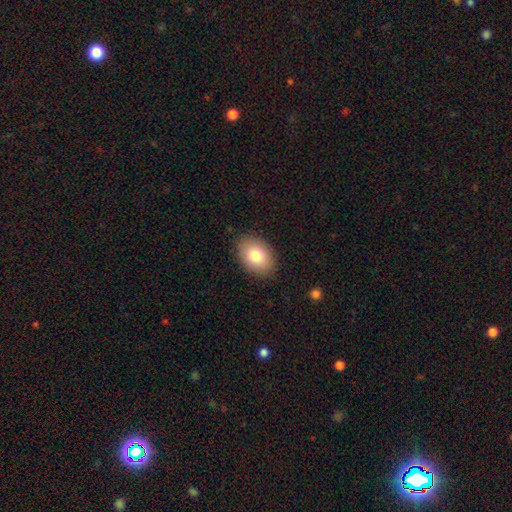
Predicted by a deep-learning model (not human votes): smooth_or_featured: smooth (p=0.79) [alt: featured or disk p=0.13]
how_rounded: in between (p=0.82) [alt: round p=0.17]
merging: none (p=0.88) [alt: minor disturbance p=0.09]